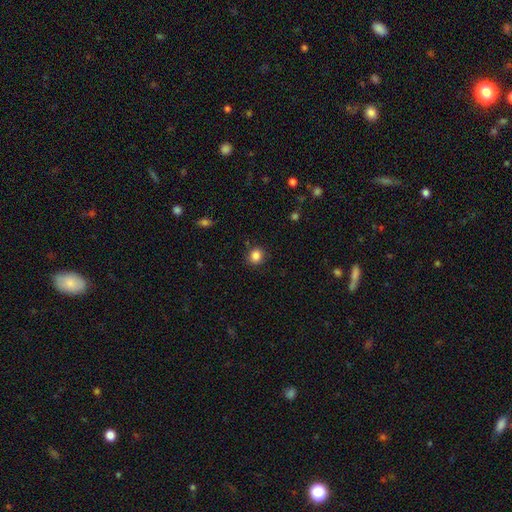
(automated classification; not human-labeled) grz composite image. It shows a smooth galaxy with no disk features (85%) that is round (84%). Merging: none (87%).